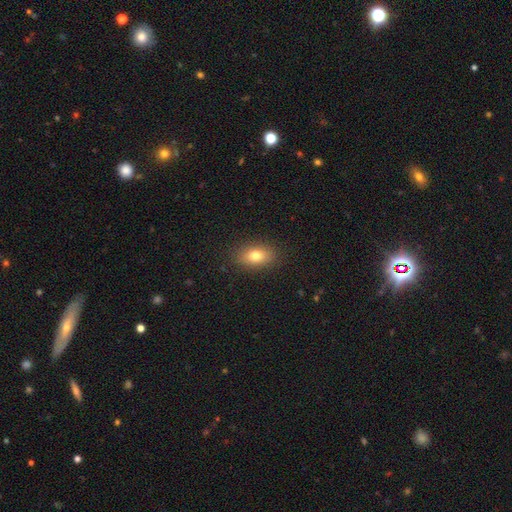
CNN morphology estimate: smooth 77%, featured or disk 13%, star or artifact 10%. Down the decision tree: how rounded — in between (83%); merging — none (88%).